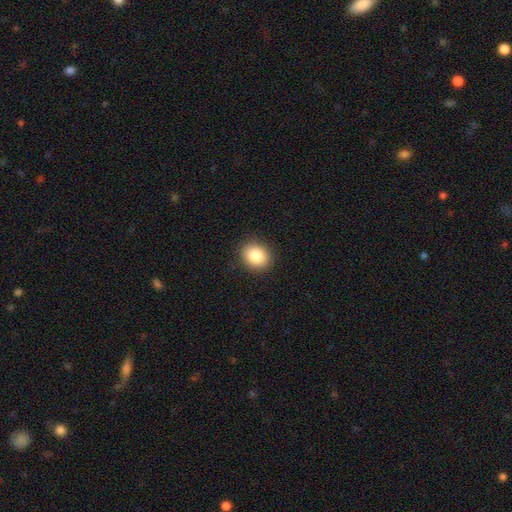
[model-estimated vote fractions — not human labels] The model was most divided on "how rounded": round: 63%, in between: 36%, cigar-shaped: 1%. More confident: merging — none (90%); smooth or featured — smooth (85%).